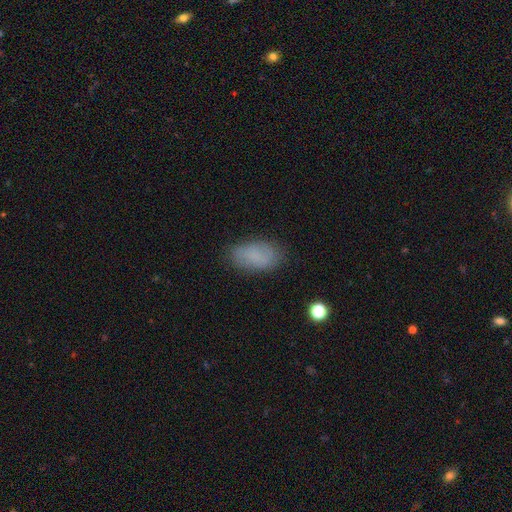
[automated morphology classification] Smooth or featured?
  - smooth: 76% *
  - featured or disk: 15%
  - star or artifact: 9%
How rounded?
  - in between: 92% *
  - round: 5%
  - cigar-shaped: 3%
Merging?
  - none: 80% *
  - minor disturbance: 15%
  - major disturbance: 4%
  - merger: 1%